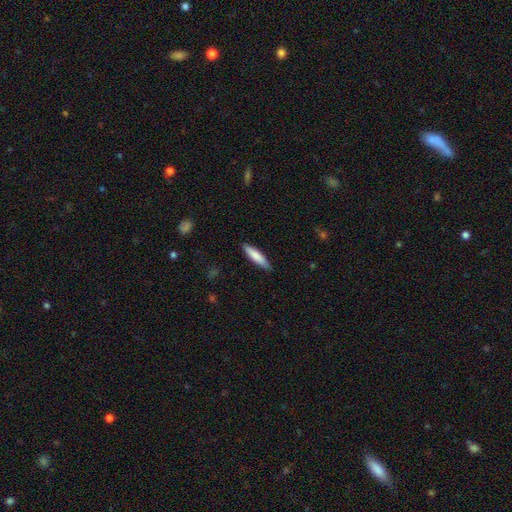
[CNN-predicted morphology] Smooth or featured? smooth (79%)
How rounded? cigar-shaped (79%)
Merging? none (88%)